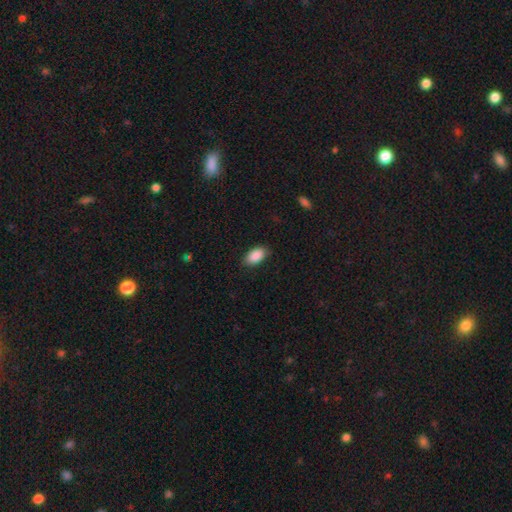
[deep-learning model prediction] Smooth or featured? Predicted: smooth (p=0.90). How rounded? Predicted: in between (p=0.94). Merging? Predicted: none (p=0.83).